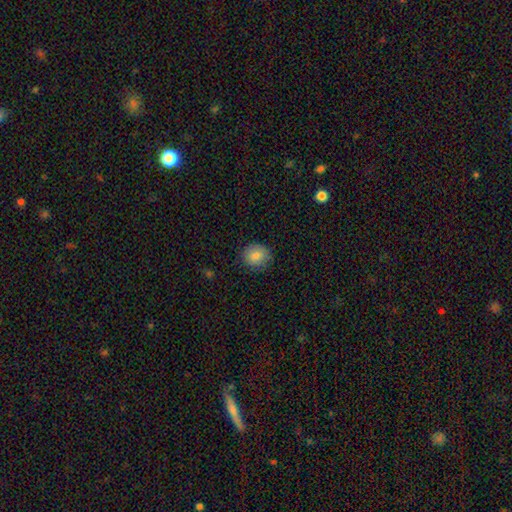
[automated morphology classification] Smooth or featured? Predicted: smooth (p=0.83). How rounded? Predicted: round (p=0.80). Merging? Predicted: none (p=0.83).